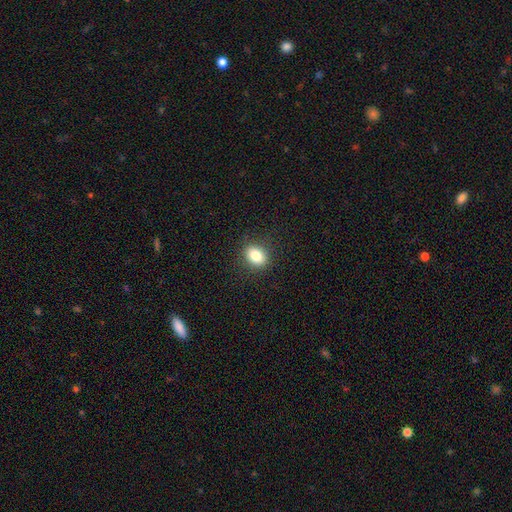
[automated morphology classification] The model was most divided on "how rounded": in between: 63%, round: 35%, cigar-shaped: 1%. More confident: merging — none (88%); smooth or featured — smooth (83%).